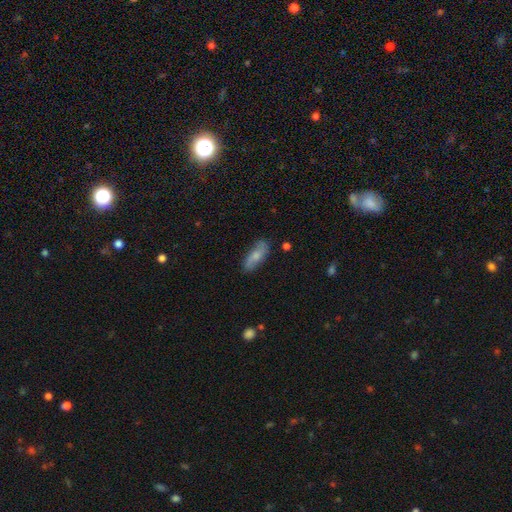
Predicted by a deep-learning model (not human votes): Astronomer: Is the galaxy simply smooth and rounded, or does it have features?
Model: smooth — 62%.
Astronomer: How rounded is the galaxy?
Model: in between — 69%.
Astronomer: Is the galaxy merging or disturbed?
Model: none — 74%.